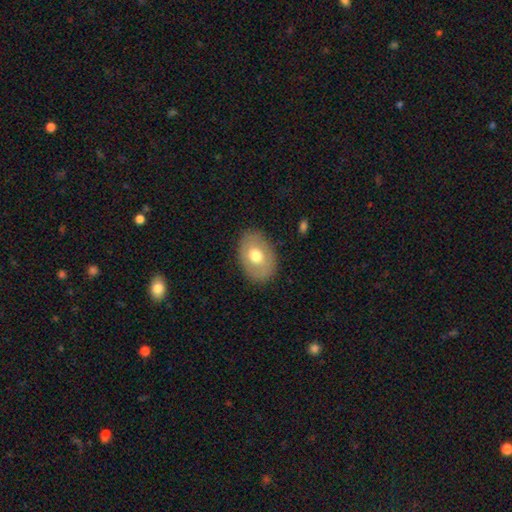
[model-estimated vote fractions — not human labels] Smooth or featured? Predicted: smooth (p=0.65). How rounded? Predicted: in between (p=0.79). Merging? Predicted: none (p=0.84).